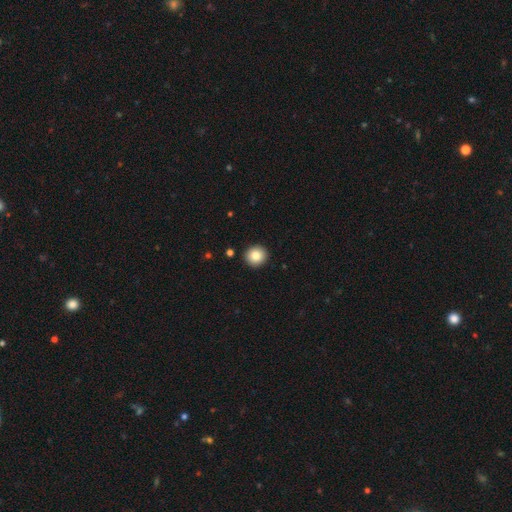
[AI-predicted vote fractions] The model was most divided on "smooth or featured": smooth: 84%, star or artifact: 9%, featured or disk: 7%. More confident: how rounded — round (93%); merging — none (92%).